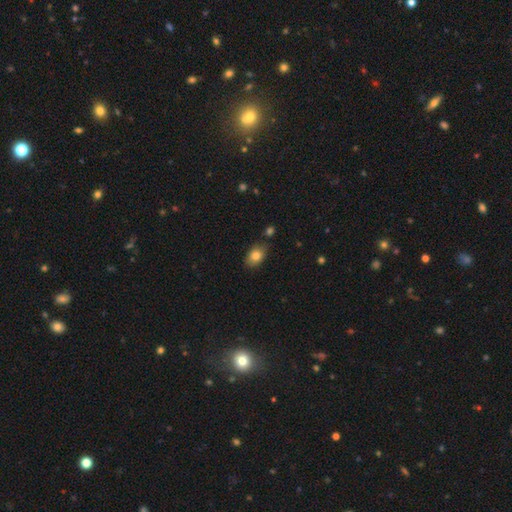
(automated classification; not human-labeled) This is clearly a smooth galaxy (84%). How rounded: likely in between (79%). Merging: likely none (76%).